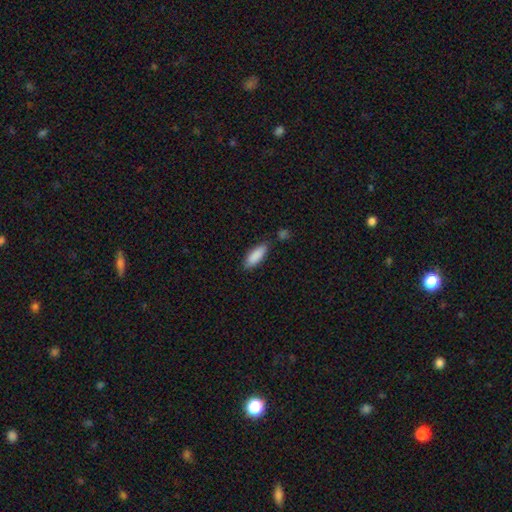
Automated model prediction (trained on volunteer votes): smooth_or_featured: smooth (p=0.89) [alt: star or artifact p=0.06]
how_rounded: in between (p=0.63) [alt: cigar-shaped p=0.35]
merging: none (p=0.79) [alt: minor disturbance p=0.14]